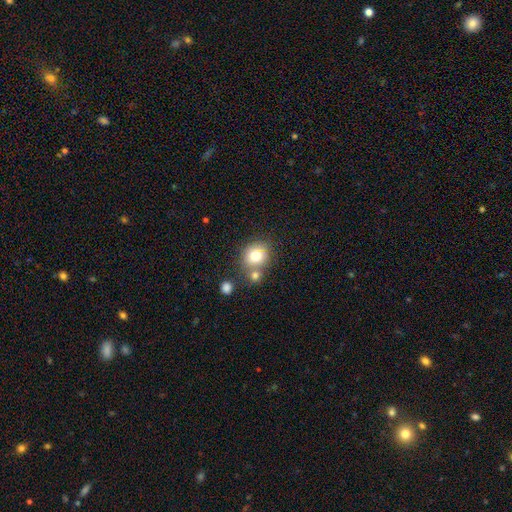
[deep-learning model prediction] This is likely a smooth galaxy (75%). How rounded: likely round (75%). Merging: possibly none (55%).